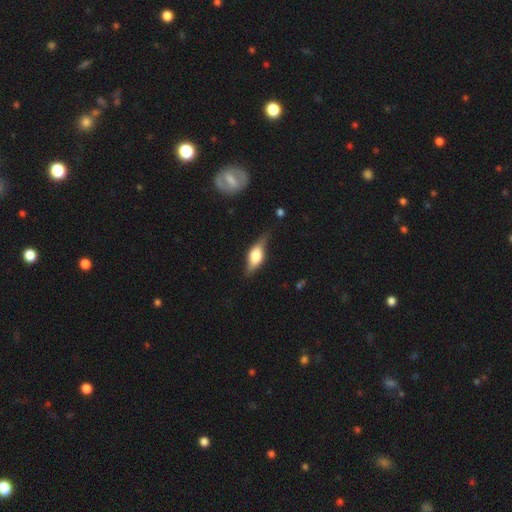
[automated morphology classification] smooth 50%, featured or disk 43%, star or artifact 6%. Down the decision tree: how rounded — in between (71%); merging — none (67%).